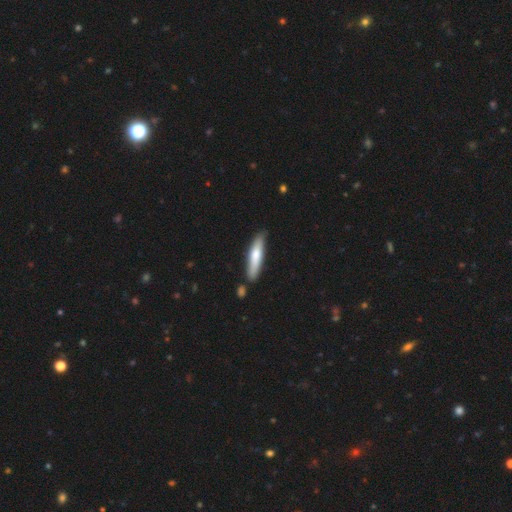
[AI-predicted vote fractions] Overall: smooth (68%). How rounded: cigar-shaped (83%). Merging: none (78%).